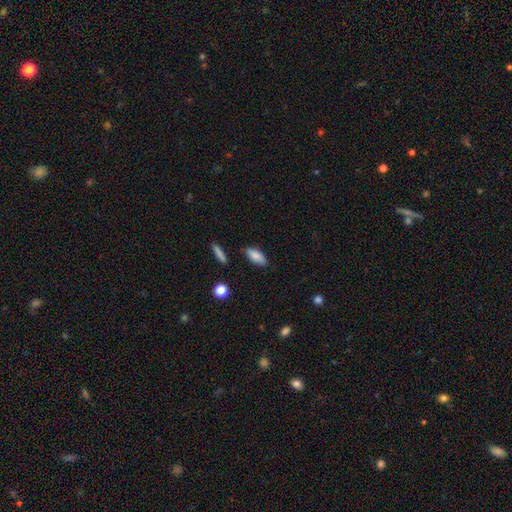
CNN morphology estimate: The model was most divided on "how rounded": in between: 80%, cigar-shaped: 17%, round: 3%. More confident: smooth or featured — smooth (84%); merging — none (82%).